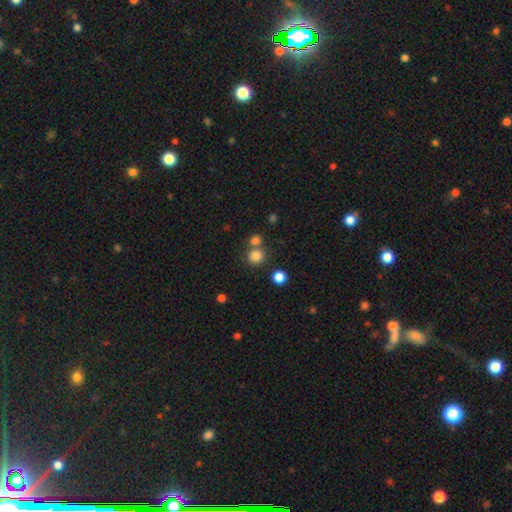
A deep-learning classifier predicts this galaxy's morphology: Smooth or featured: smooth — 81% (star or artifact — 14%)
How rounded: round — 88% (in between — 11%)
Merging: none — 67% (merger — 22%)